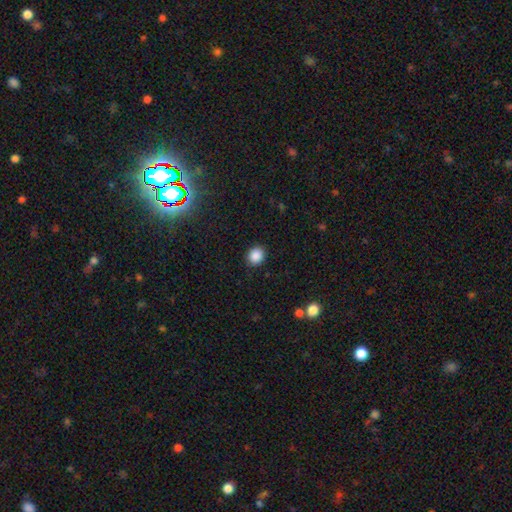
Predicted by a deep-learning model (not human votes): This is clearly a smooth galaxy (87%). How rounded: likely round (76%). Merging: clearly none (90%).